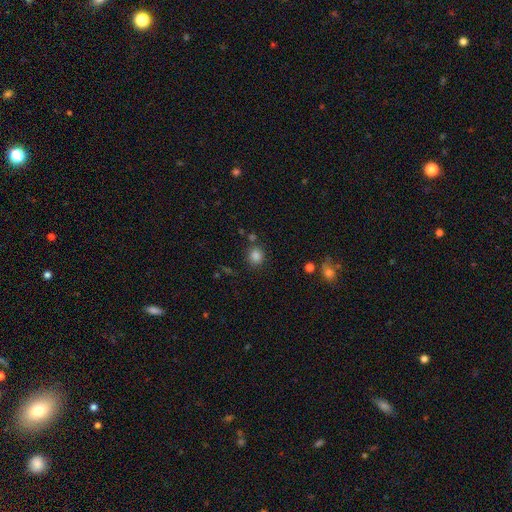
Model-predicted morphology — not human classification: Overall: smooth (84%). How rounded: round (77%). Merging: none (79%).